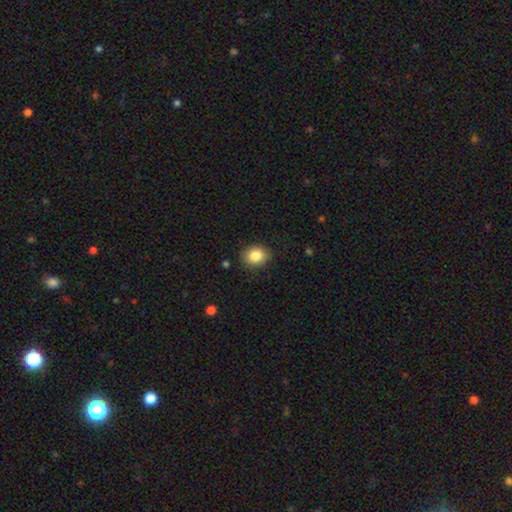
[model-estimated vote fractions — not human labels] Smooth or featured? Predicted: smooth (p=0.85). How rounded? Predicted: round (p=0.58). Merging? Predicted: none (p=0.87).